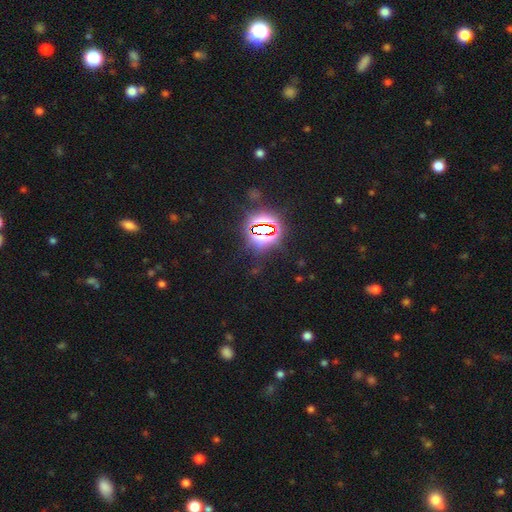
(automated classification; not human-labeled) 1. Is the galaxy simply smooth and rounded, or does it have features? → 81% star or artifact, 12% smooth, 7% featured or disk.